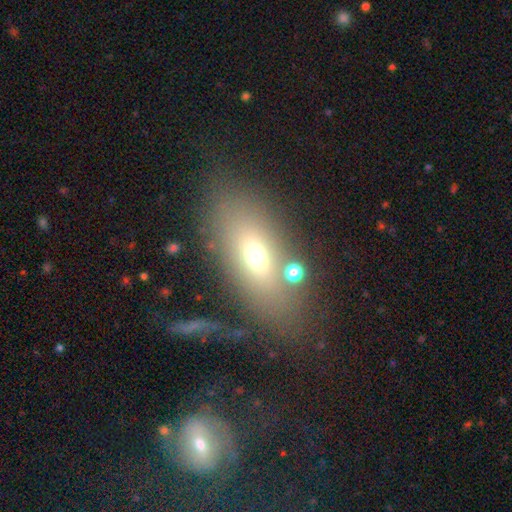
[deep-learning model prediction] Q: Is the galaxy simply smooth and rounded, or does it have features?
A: smooth — 62%.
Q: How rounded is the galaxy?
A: in between — 81%.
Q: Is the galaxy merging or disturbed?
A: none — 70%.